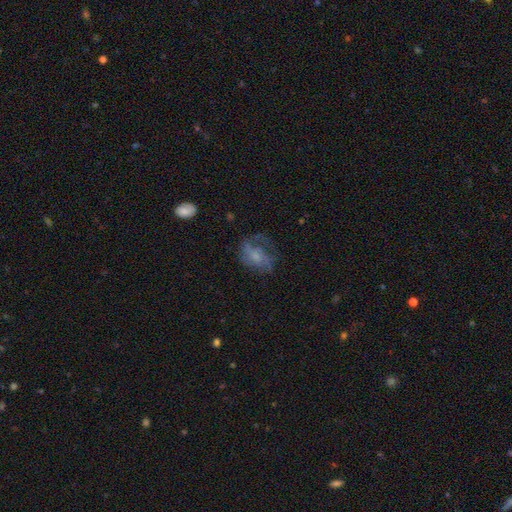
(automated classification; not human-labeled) This appears to be a featured or disk galaxy (55%) with no bar (64%), spiral arms (66%) and a small central bulge (49%). Merging: none (42%).